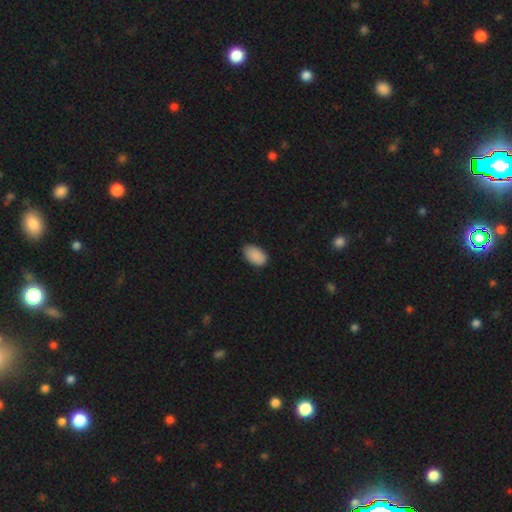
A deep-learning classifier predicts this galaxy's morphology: Q: Smooth or featured?
A: smooth (90%); runner-up: star or artifact (7%)
Q: How rounded?
A: in between (94%); runner-up: round (5%)
Q: Merging?
A: none (82%); runner-up: minor disturbance (15%)